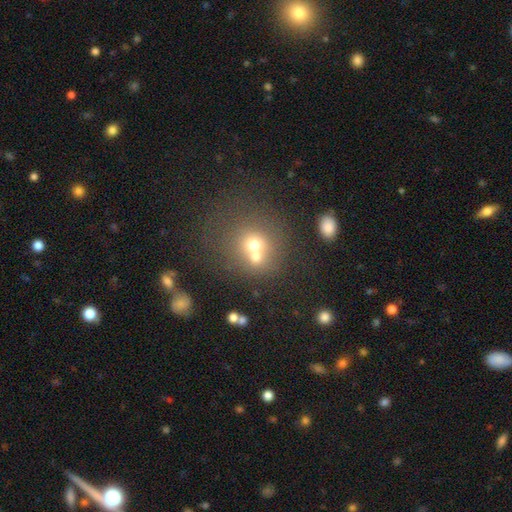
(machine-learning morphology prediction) Smooth or featured?
  - smooth: 63% *
  - featured or disk: 20%
  - star or artifact: 16%
How rounded?
  - round: 81% *
  - in between: 19%
  - cigar-shaped: 1%
Merging?
  - merger: 52% *
  - none: 36%
  - minor disturbance: 8%
  - major disturbance: 5%